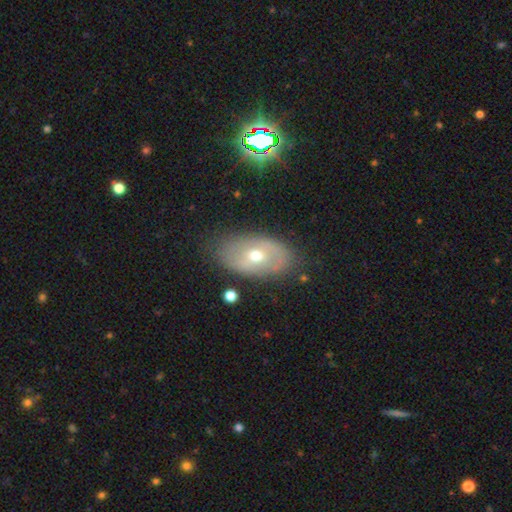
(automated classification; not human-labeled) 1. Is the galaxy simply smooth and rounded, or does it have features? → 52% featured or disk, 38% smooth, 10% star or artifact.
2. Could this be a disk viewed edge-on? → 89% no, 11% yes.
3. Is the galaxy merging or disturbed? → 79% none, 15% minor disturbance, 4% major disturbance, 2% merger.